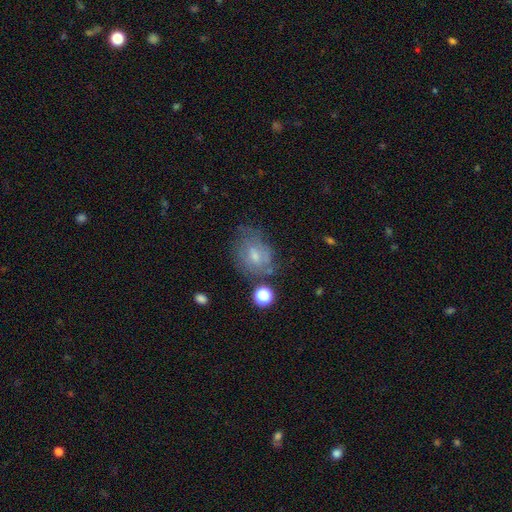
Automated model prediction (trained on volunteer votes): smooth-or-featured: featured or disk: 46% | smooth: 42% | star or artifact: 12%
  merging: none: 49% | minor disturbance: 26% | major disturbance: 18% | merger: 7%